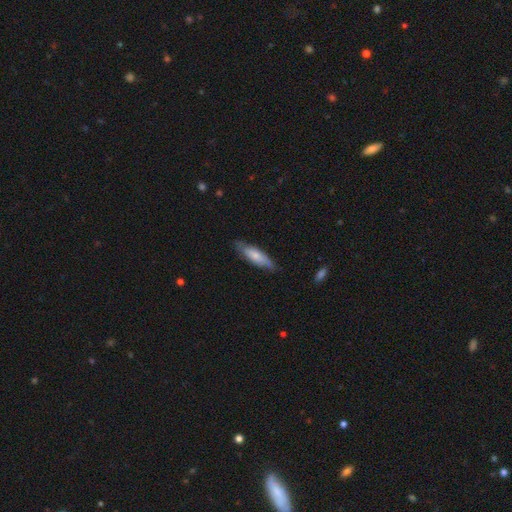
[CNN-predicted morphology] Smooth or featured?
  - smooth: 66% *
  - featured or disk: 28%
  - star or artifact: 6%
How rounded?
  - cigar-shaped: 60% *
  - in between: 39%
  - round: 1%
Merging?
  - none: 74% *
  - minor disturbance: 20%
  - major disturbance: 4%
  - merger: 1%